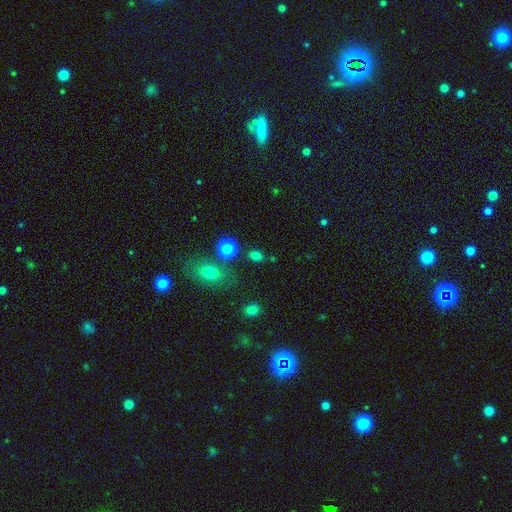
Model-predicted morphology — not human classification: smooth 78%, star or artifact 17%, featured or disk 5%. Down the decision tree: how rounded — round (51%); merging — none (78%).